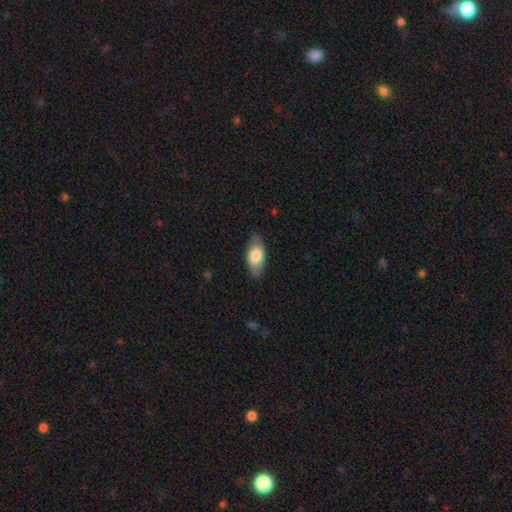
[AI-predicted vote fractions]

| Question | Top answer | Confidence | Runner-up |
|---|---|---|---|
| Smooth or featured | smooth | 76% | featured or disk (18%) |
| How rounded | in between | 89% | cigar-shaped (7%) |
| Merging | none | 82% | minor disturbance (14%) |